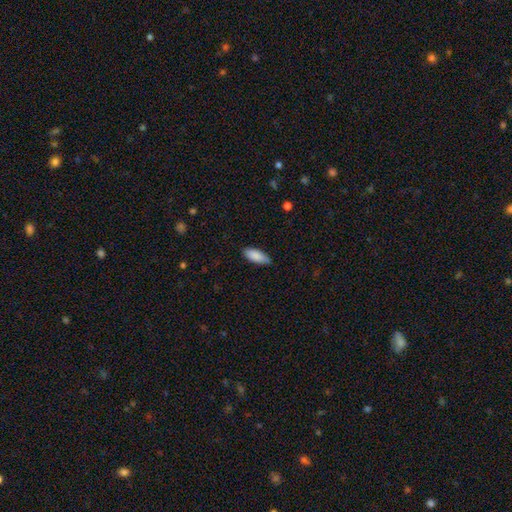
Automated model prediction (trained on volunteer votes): The model was most divided on "how rounded": in between: 79%, cigar-shaped: 19%, round: 2%. More confident: smooth or featured — smooth (88%); merging — none (80%).